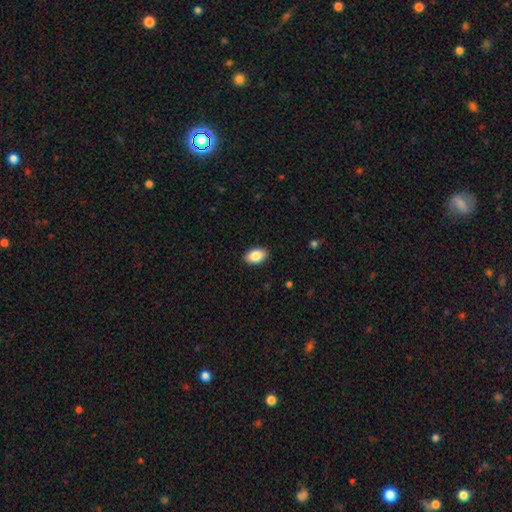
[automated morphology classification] A smooth galaxy with no disk features (87%) that is in between round and cigar-shaped (90%).

Vote fractions:
- Smooth or featured? smooth: 87% / star or artifact: 7% / featured or disk: 6%
- How rounded? in between: 90% / round: 9% / cigar-shaped: 1%
- Merging? none: 89% / minor disturbance: 8% / major disturbance: 2% / merger: 1%